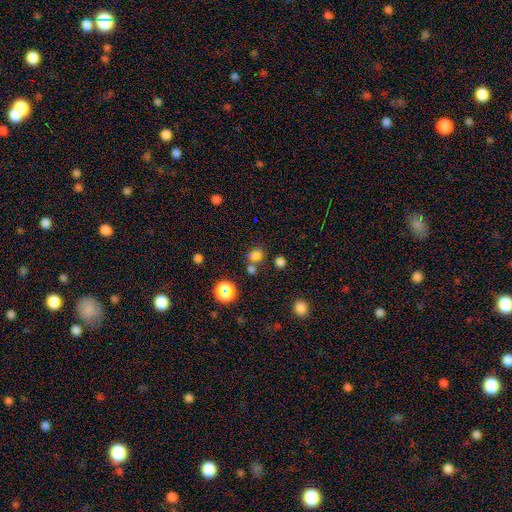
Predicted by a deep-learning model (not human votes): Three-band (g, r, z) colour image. It shows a smooth galaxy with no disk features (53%) that is round (67%). Merging: none (65%).